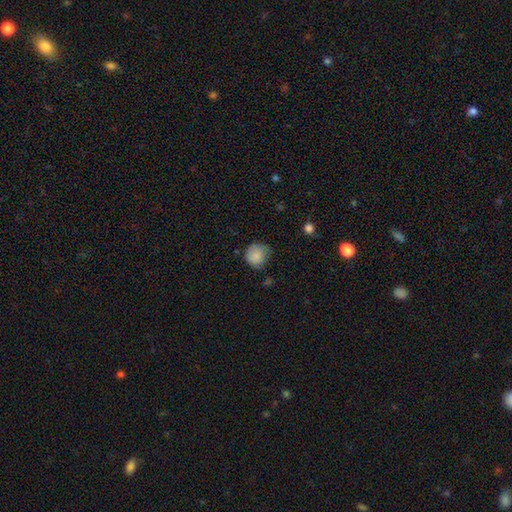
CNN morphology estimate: Q: Smooth or featured?
A: smooth (85%); runner-up: star or artifact (8%)
Q: How rounded?
A: round (86%); runner-up: in between (13%)
Q: Merging?
A: none (58%); runner-up: minor disturbance (33%)